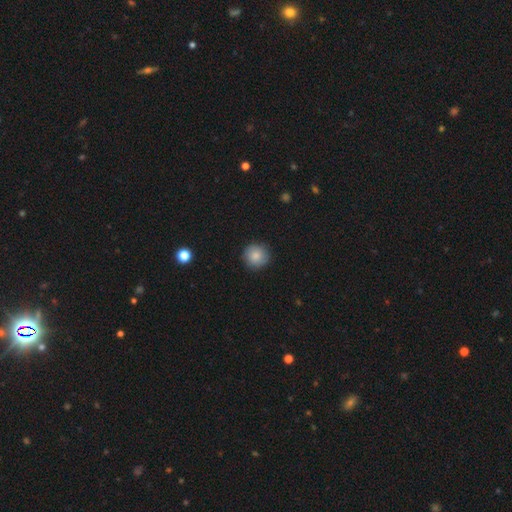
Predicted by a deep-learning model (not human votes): This appears to be a smooth galaxy with no disk features (85%) that is round (94%). Merging: none (89%).